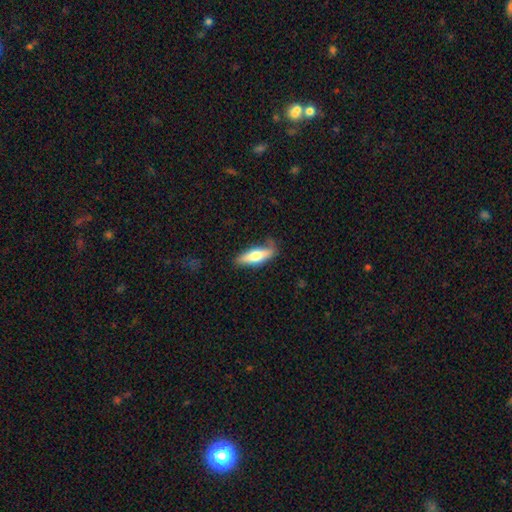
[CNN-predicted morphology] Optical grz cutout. It shows a smooth galaxy with no disk features (61%) that is cigar-shaped (50%). Merging: none (71%).